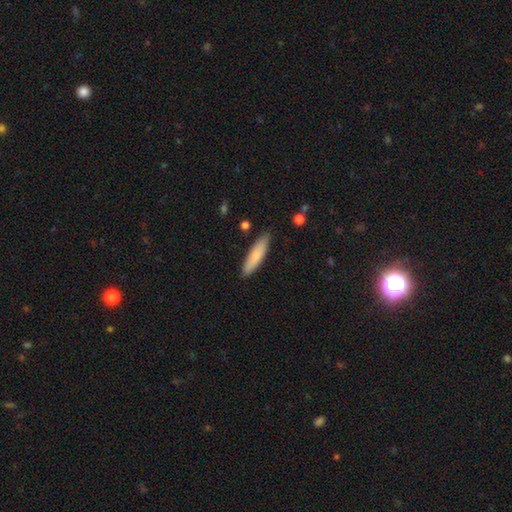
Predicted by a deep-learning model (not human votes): Morphology: type=smooth (74%); roundness=cigar-shaped (76%); merging=none (86%).